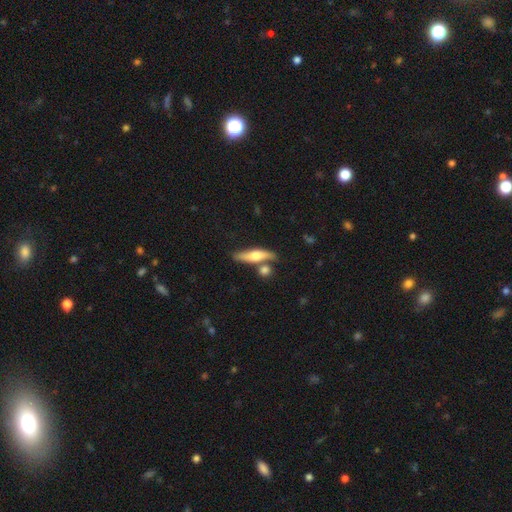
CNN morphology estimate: Q: Smooth or featured?
A: smooth (49%); runner-up: featured or disk (45%)
Q: Merging?
A: none (68%); runner-up: merger (16%)